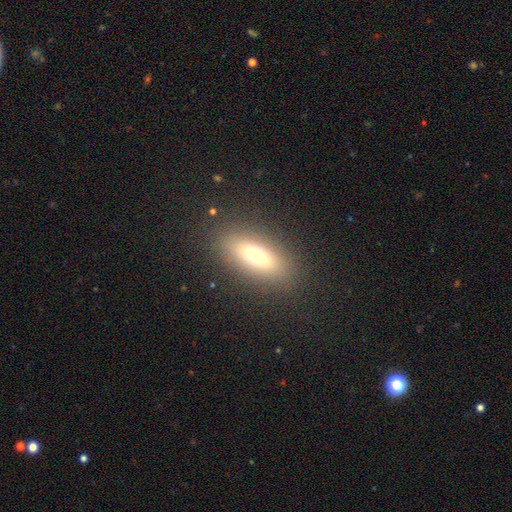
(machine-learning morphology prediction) smooth 65%, featured or disk 24%, star or artifact 10%. Down the decision tree: how rounded — in between (73%); merging — none (86%).